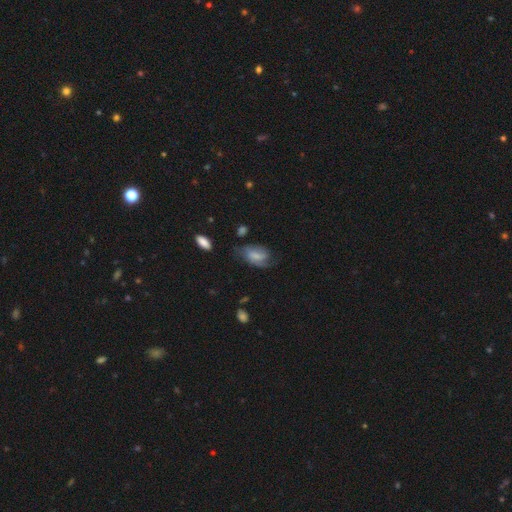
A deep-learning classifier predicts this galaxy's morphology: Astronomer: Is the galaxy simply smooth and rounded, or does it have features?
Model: featured or disk — 46% (runner-up: smooth, 45%).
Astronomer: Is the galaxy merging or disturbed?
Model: none — 46% (runner-up: minor disturbance, 29%).